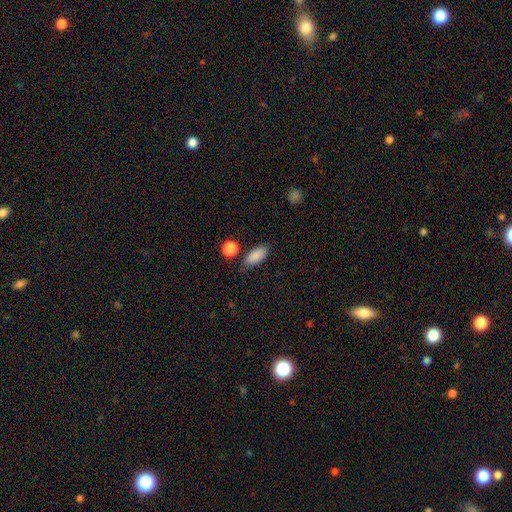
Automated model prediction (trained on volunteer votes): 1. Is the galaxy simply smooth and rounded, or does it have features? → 86% smooth, 8% star or artifact, 6% featured or disk.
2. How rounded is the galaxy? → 85% in between, 10% cigar-shaped, 4% round.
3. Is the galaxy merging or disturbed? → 74% none, 17% minor disturbance, 5% merger, 4% major disturbance.